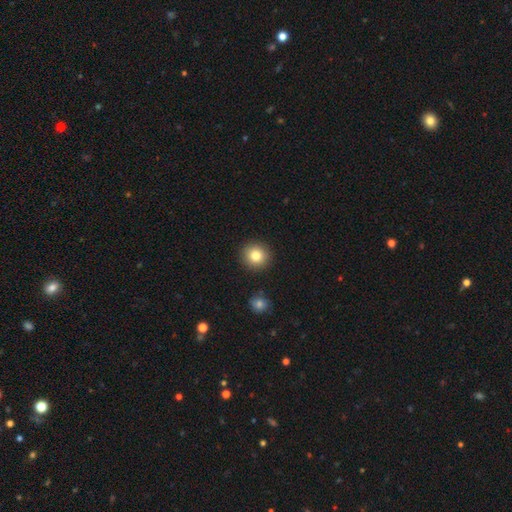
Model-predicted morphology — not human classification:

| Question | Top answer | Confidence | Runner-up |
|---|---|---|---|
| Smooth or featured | smooth | 82% | star or artifact (10%) |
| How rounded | round | 91% | in between (9%) |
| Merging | none | 90% | minor disturbance (6%) |